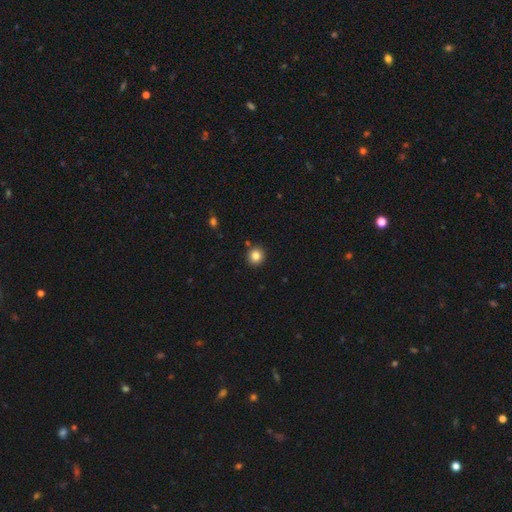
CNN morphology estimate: smooth_or_featured: smooth (p=0.84) [alt: star or artifact p=0.11]
how_rounded: round (p=0.92) [alt: in between p=0.07]
merging: none (p=0.89) [alt: minor disturbance p=0.06]